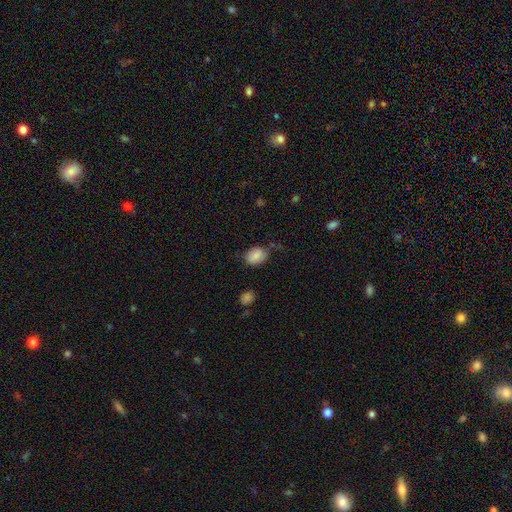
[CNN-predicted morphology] Overall: smooth (86%). How rounded: in between (72%). Merging: none (67%).